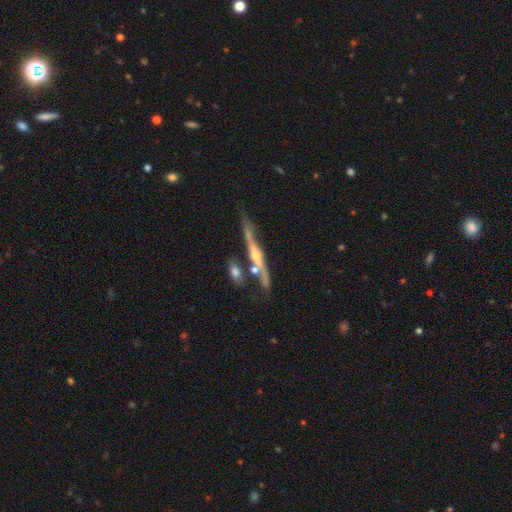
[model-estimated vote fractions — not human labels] Q: Smooth or featured?
A: featured or disk (75%); runner-up: smooth (18%)
Q: Edge-on disk?
A: yes (87%); runner-up: no (13%)
Q: Edge-on bulge?
A: rounded (71%); runner-up: none (18%)
Q: Merging?
A: none (48%); runner-up: merger (24%)